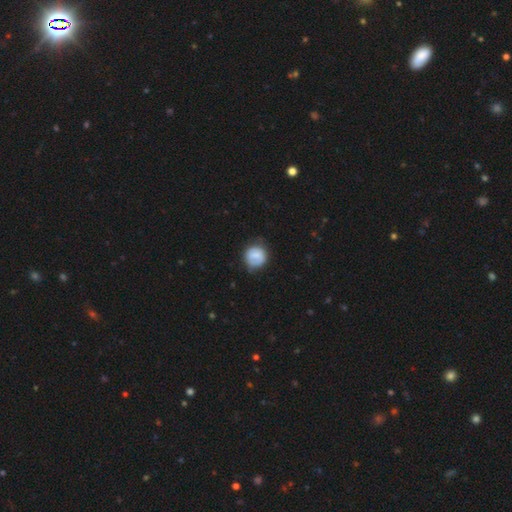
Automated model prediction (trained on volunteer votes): smooth_or_featured: smooth (p=0.72) [alt: featured or disk p=0.21]
how_rounded: round (p=0.86) [alt: in between p=0.13]
merging: none (p=0.68) [alt: minor disturbance p=0.24]